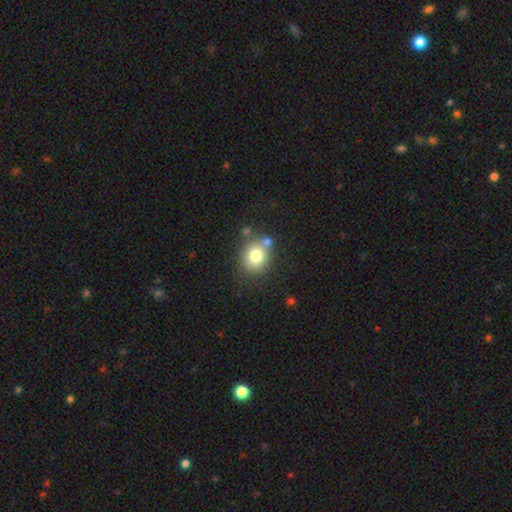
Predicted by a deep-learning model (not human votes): smooth 78%, star or artifact 11%, featured or disk 11%. Down the decision tree: how rounded — round (68%); merging — none (69%).